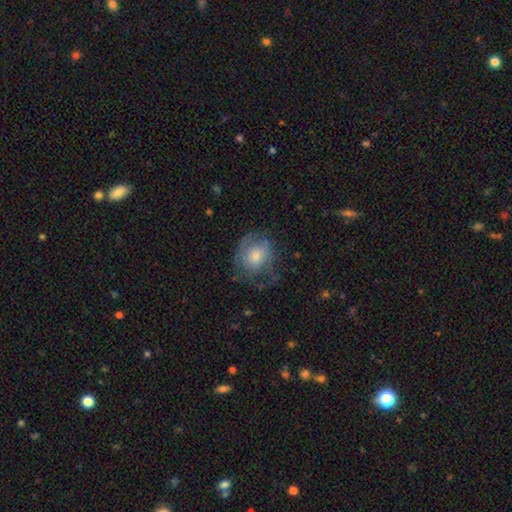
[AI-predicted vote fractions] Smooth or featured? smooth (46%)
Merging? none (57%)